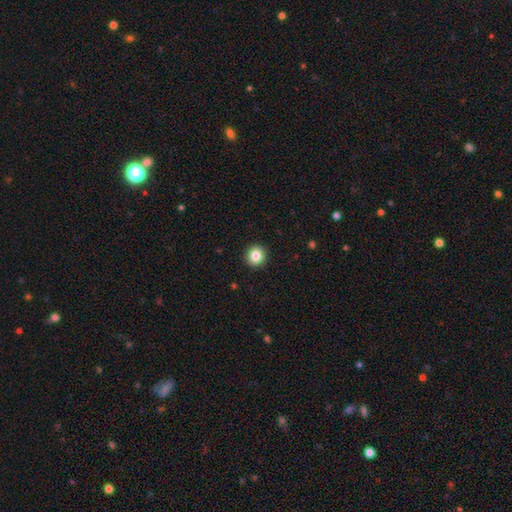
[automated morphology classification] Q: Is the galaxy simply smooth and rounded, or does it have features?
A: smooth — 84%.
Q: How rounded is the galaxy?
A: round — 91%.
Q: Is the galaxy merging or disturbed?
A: none — 93%.